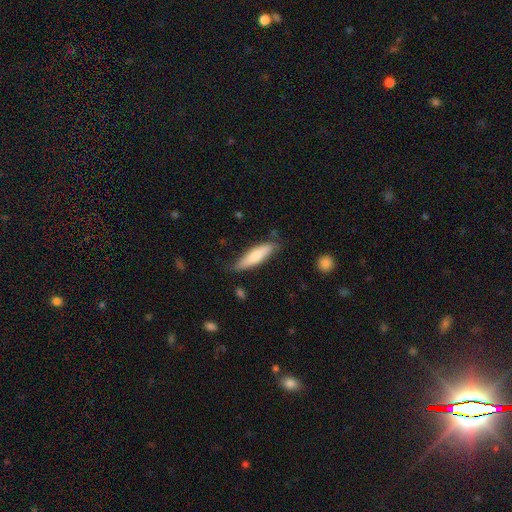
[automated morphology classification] Q: Smooth or featured?
A: smooth (74%); runner-up: featured or disk (21%)
Q: How rounded?
A: cigar-shaped (66%); runner-up: in between (32%)
Q: Merging?
A: none (73%); runner-up: minor disturbance (21%)